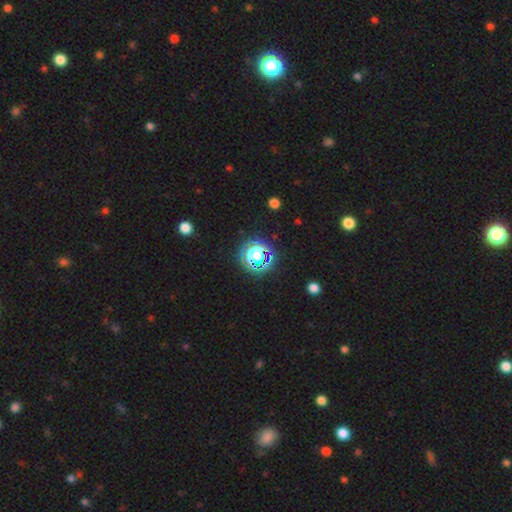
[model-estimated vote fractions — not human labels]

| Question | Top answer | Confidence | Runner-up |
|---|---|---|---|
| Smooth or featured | star or artifact | 74% | smooth (19%) |